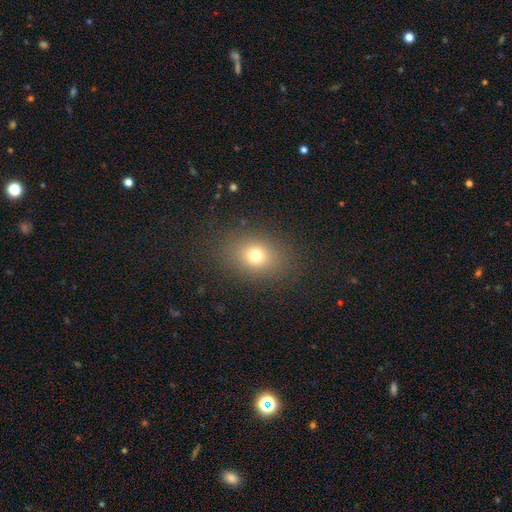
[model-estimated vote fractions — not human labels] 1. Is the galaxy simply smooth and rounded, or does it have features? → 73% smooth, 16% star or artifact, 11% featured or disk.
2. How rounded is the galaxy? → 54% in between, 45% round, 1% cigar-shaped.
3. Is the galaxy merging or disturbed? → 85% none, 9% minor disturbance, 5% major disturbance, 1% merger.